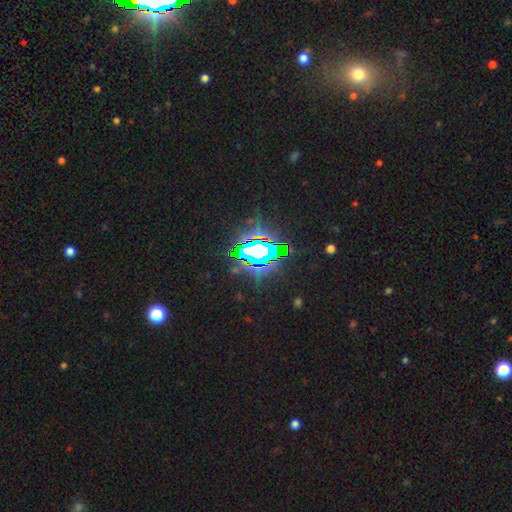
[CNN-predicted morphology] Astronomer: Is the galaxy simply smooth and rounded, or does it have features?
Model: star or artifact — 74%.